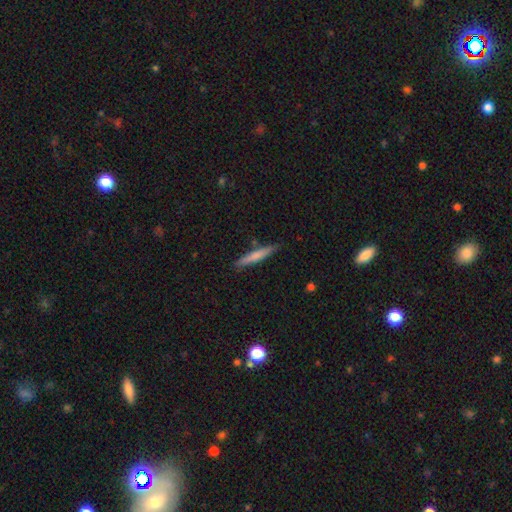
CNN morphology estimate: type=smooth (71%); roundness=cigar-shaped (94%); merging=none (86%).